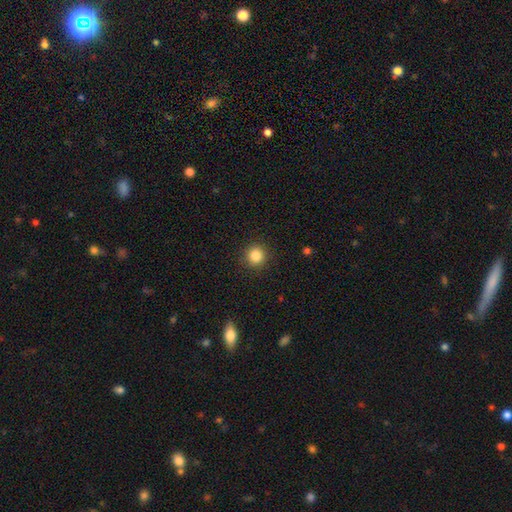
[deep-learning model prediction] Smooth or featured? Predicted: smooth (p=0.85). How rounded? Predicted: round (p=0.94). Merging? Predicted: none (p=0.91).